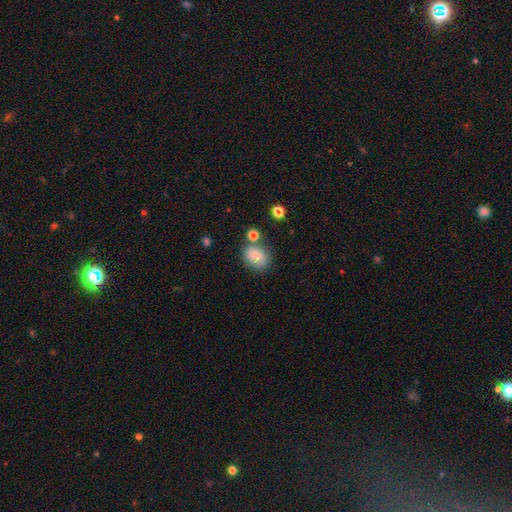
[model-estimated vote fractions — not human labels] smooth-or-featured: smooth: 79% | featured or disk: 11% | star or artifact: 11%
  how-rounded: in between: 60% | round: 39% | cigar-shaped: 1%
  merging: none: 63% | minor disturbance: 18% | merger: 13% | major disturbance: 6%